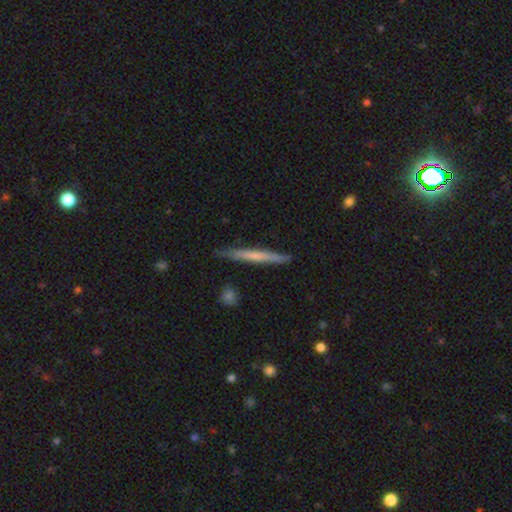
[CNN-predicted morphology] Smooth or featured?
  - smooth: 51% *
  - featured or disk: 44%
  - star or artifact: 5%
How rounded?
  - cigar-shaped: 96% *
  - in between: 2%
  - round: 2%
Merging?
  - none: 85% *
  - minor disturbance: 11%
  - major disturbance: 2%
  - merger: 2%